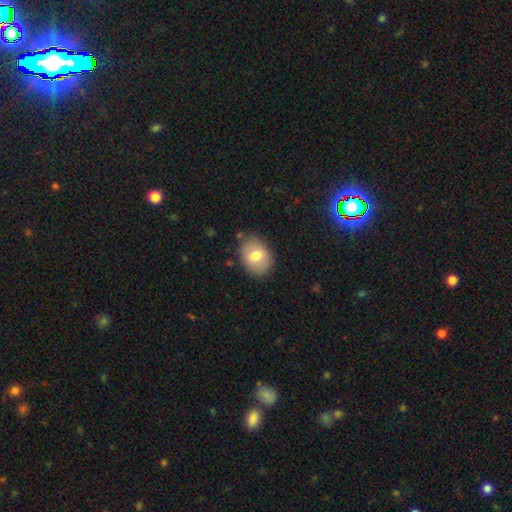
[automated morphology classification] Smooth or featured?
  - smooth: 73% *
  - featured or disk: 20%
  - star or artifact: 8%
How rounded?
  - in between: 71% *
  - round: 28%
  - cigar-shaped: 1%
Merging?
  - none: 80% *
  - minor disturbance: 14%
  - major disturbance: 4%
  - merger: 2%